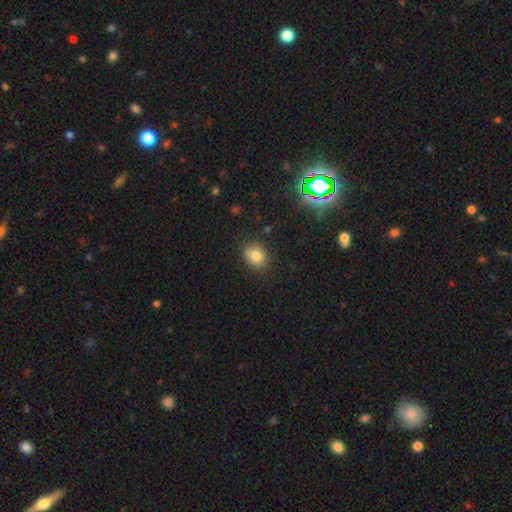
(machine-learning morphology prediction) A smooth galaxy with no disk features (81%) that is round (58%).

Vote fractions:
- Smooth or featured? smooth: 81% / star or artifact: 12% / featured or disk: 7%
- How rounded? round: 58% / in between: 41% / cigar-shaped: 1%
- Merging? none: 78% / minor disturbance: 16% / major disturbance: 4% / merger: 3%